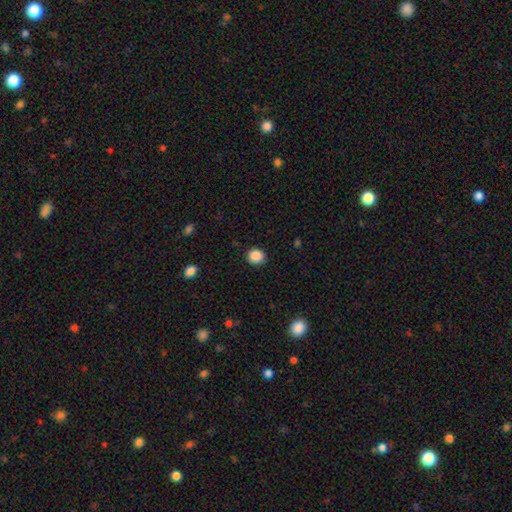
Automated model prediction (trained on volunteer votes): Smooth or featured? smooth (88%)
How rounded? round (86%)
Merging? none (89%)